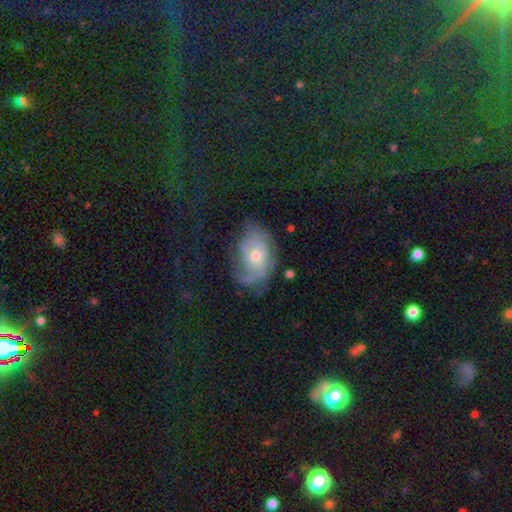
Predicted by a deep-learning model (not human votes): Smooth or featured: featured or disk — 64% (smooth — 25%)
Edge-on disk: no — 95% (yes — 5%)
Bar: no — 81% (weak — 16%)
Spiral arms: yes — 81% (no — 19%)
Bulge size: moderate — 57% (small — 39%)
Merging: none — 53% (minor disturbance — 27%)